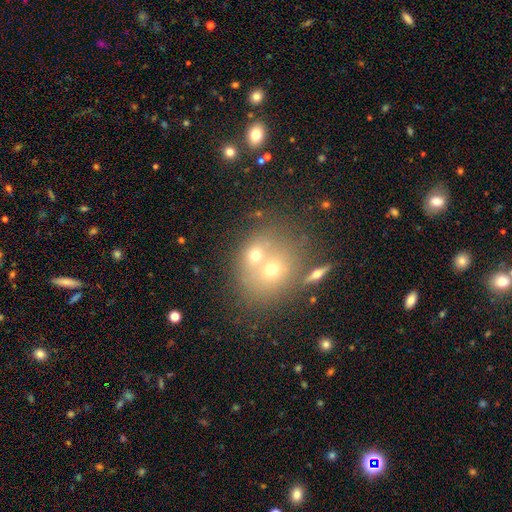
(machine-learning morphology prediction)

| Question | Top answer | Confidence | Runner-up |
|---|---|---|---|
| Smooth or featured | smooth | 58% | featured or disk (24%) |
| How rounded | round | 65% | in between (33%) |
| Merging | merger | 57% | none (32%) |